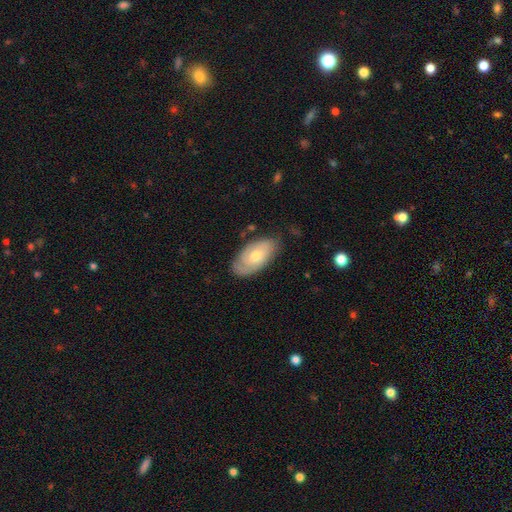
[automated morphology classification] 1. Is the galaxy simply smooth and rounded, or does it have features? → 54% featured or disk, 39% smooth, 6% star or artifact.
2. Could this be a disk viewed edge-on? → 90% no, 10% yes.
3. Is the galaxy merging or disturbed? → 74% none, 20% minor disturbance, 5% major disturbance, 2% merger.